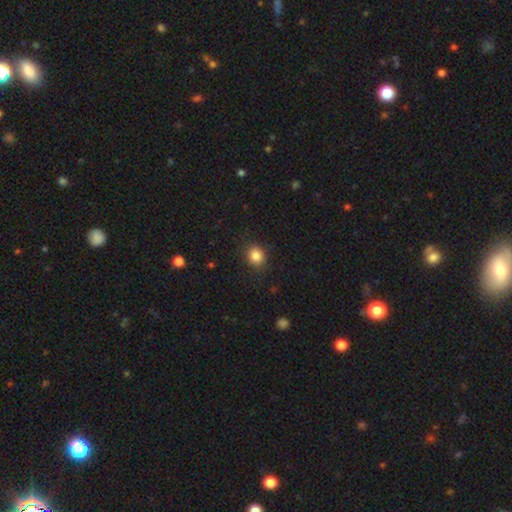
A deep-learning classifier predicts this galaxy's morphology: A smooth galaxy with no disk features (85%) that is round (75%).

Vote fractions:
- Smooth or featured? smooth: 85% / star or artifact: 10% / featured or disk: 5%
- How rounded? round: 75% / in between: 24% / cigar-shaped: 1%
- Merging? none: 87% / minor disturbance: 9% / major disturbance: 3% / merger: 1%